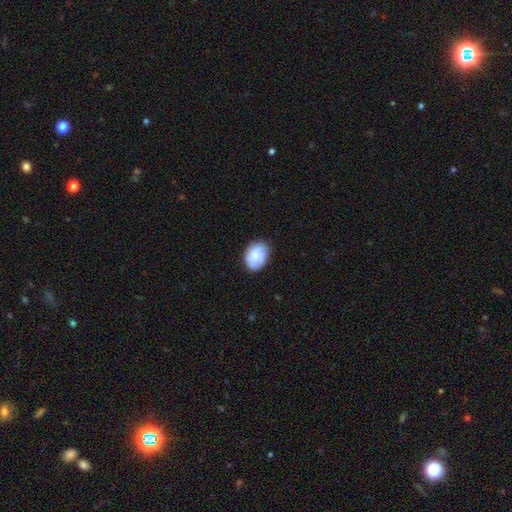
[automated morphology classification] A smooth galaxy with no disk features (79%) that is in between round and cigar-shaped (71%). Merging: none (77%).